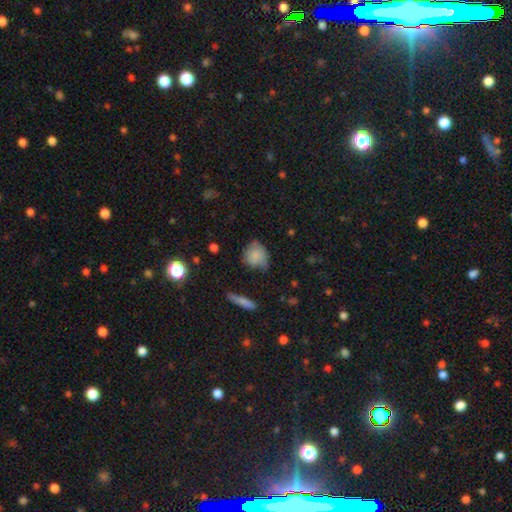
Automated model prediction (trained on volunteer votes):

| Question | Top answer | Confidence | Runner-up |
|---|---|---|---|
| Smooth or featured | smooth | 77% | featured or disk (14%) |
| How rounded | round | 61% | in between (37%) |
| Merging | none | 49% | minor disturbance (36%) |